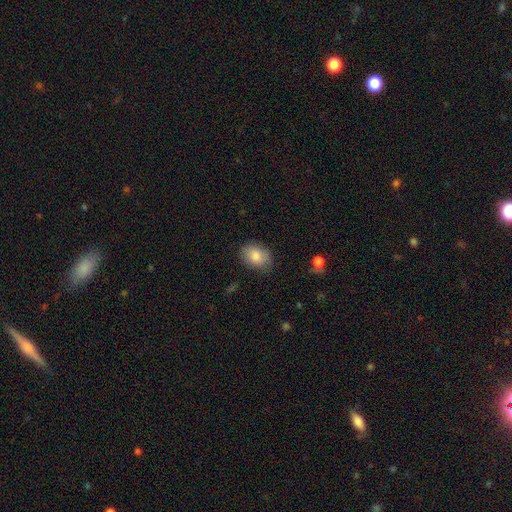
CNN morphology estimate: Q: Smooth or featured?
A: smooth (83%); runner-up: featured or disk (9%)
Q: How rounded?
A: in between (78%); runner-up: round (21%)
Q: Merging?
A: none (78%); runner-up: minor disturbance (17%)